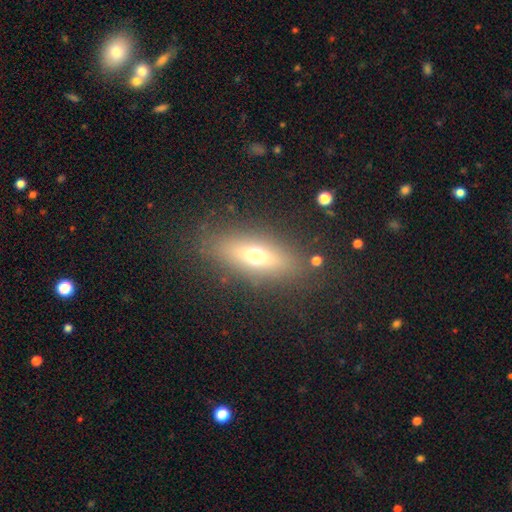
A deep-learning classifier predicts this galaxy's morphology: type=smooth (57%); roundness=in between (59%); merging=none (84%).